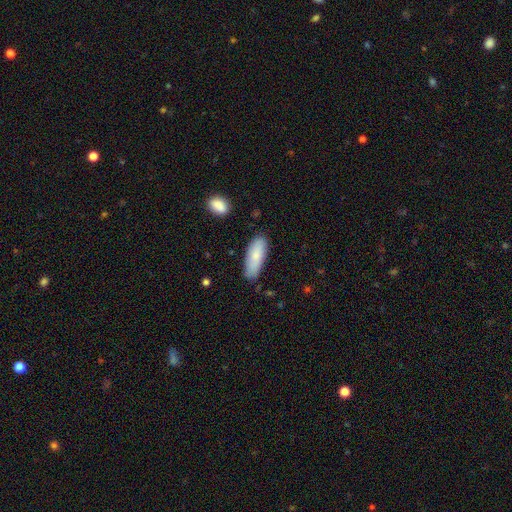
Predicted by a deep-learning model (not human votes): The model was most divided on "how rounded": in between: 69%, cigar-shaped: 29%, round: 2%. More confident: smooth or featured — smooth (82%); merging — none (78%).